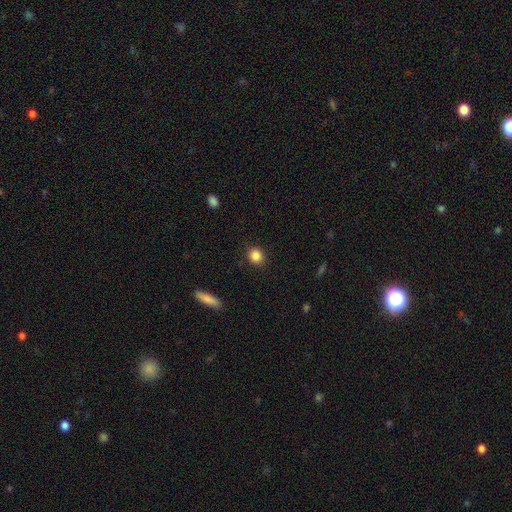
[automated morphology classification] Smooth or featured: smooth — 86% (star or artifact — 10%)
How rounded: round — 78% (in between — 20%)
Merging: none — 89% (minor disturbance — 7%)